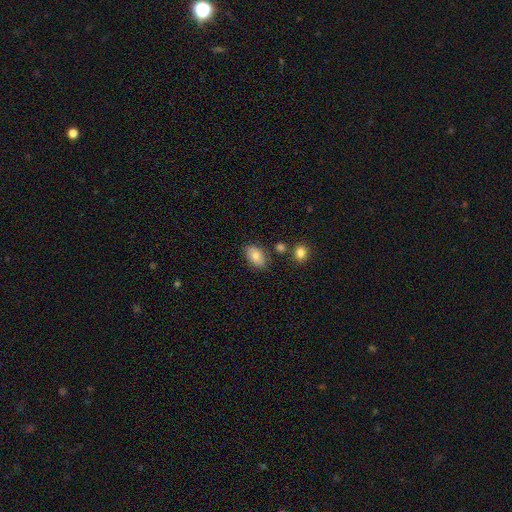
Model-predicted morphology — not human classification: Overall: smooth (76%). How rounded: in between (88%). Merging: none (78%).